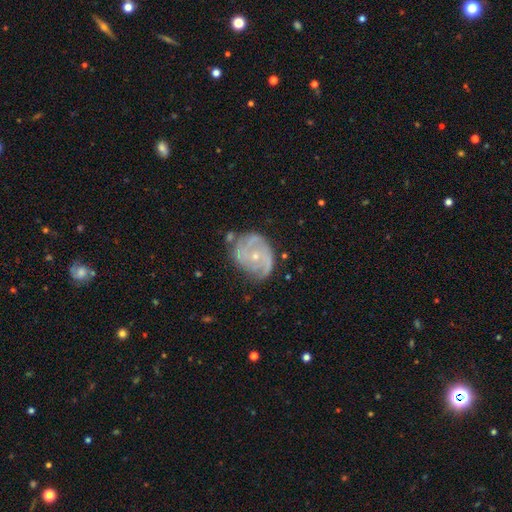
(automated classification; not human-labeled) smooth-or-featured: featured or disk: 82% | smooth: 11% | star or artifact: 7%
  disk-edge-on: no: 97% | yes: 3%
    bar: no: 74% | weak: 22% | strong: 5%
    has-spiral-arms: yes: 93% | no: 7%
      spiral-winding: tight: 50% | medium: 38% | loose: 12%
      spiral-arm-count: 2: 32% | 3: 30% | can't tell: 21% | 4: 7% | 1: 5% | more than 4: 4%
    bulge-size: small: 72% | moderate: 25% | none: 1% | large: 1% | dominant: 1%
  merging: none: 61% | minor disturbance: 26% | major disturbance: 10% | merger: 3%